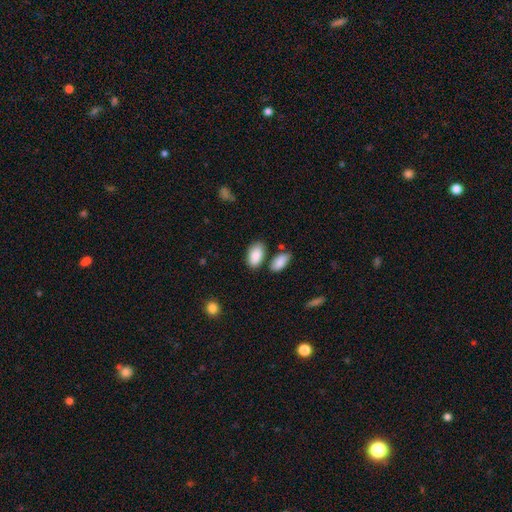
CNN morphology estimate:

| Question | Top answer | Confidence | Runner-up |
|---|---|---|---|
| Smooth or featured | smooth | 89% | star or artifact (6%) |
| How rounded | in between | 94% | round (4%) |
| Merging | none | 69% | minor disturbance (15%) |